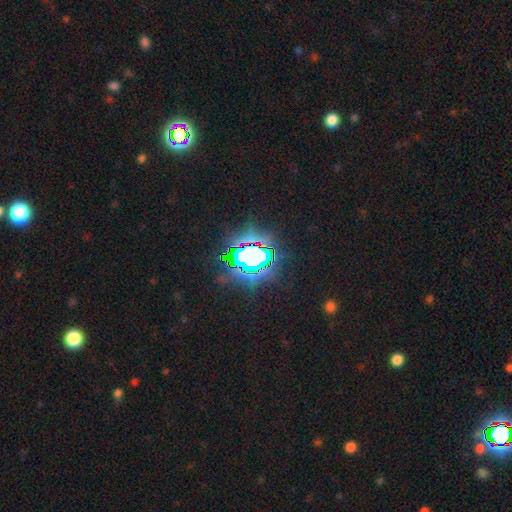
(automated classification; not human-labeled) smooth-or-featured: star or artifact: 73% | smooth: 15% | featured or disk: 12%